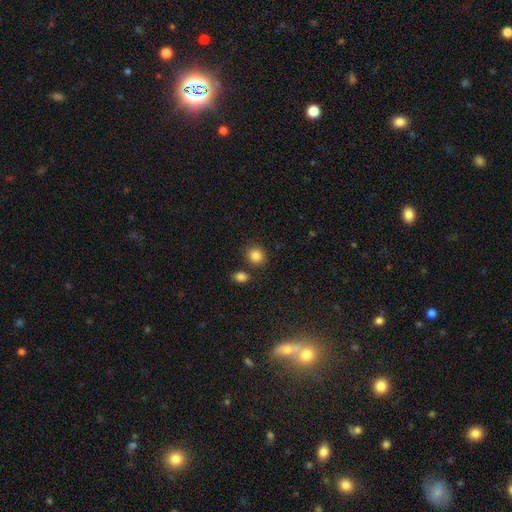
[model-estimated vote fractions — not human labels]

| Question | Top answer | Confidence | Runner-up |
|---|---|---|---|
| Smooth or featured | smooth | 85% | star or artifact (10%) |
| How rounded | round | 81% | in between (18%) |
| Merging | none | 80% | minor disturbance (9%) |